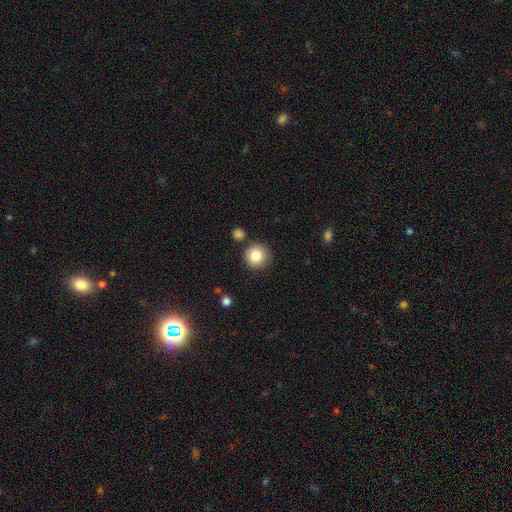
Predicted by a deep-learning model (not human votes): Smooth or featured?
  - smooth: 83% *
  - star or artifact: 9%
  - featured or disk: 8%
How rounded?
  - round: 95% *
  - in between: 4%
  - cigar-shaped: 1%
Merging?
  - none: 85% *
  - minor disturbance: 8%
  - merger: 5%
  - major disturbance: 2%